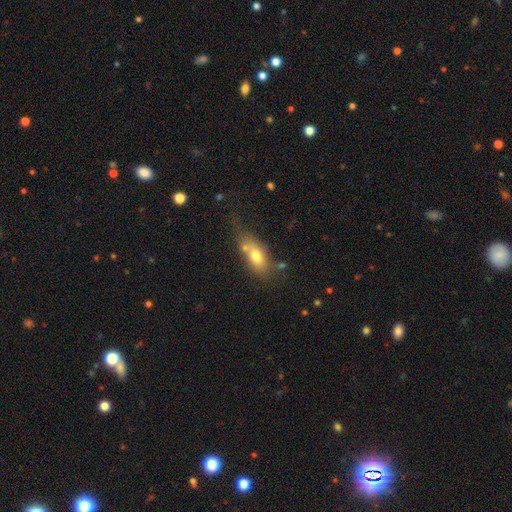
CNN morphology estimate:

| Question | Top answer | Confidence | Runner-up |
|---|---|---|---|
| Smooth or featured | smooth | 71% | featured or disk (20%) |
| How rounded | in between | 79% | cigar-shaped (13%) |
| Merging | none | 43% | minor disturbance (23%) |